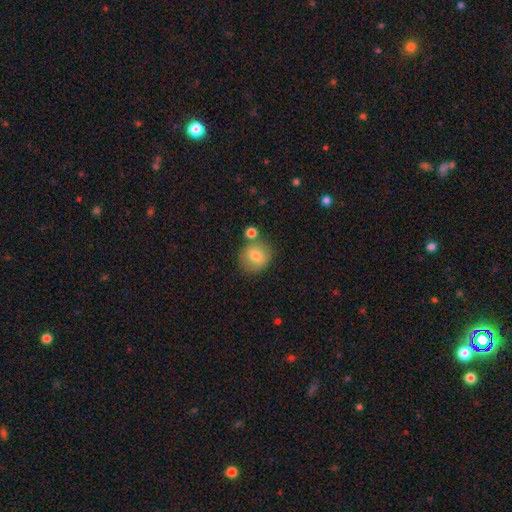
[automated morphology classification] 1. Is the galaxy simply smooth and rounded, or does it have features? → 79% smooth, 12% featured or disk, 9% star or artifact.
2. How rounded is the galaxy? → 82% round, 17% in between, 1% cigar-shaped.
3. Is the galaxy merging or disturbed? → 70% none, 14% merger, 12% minor disturbance, 4% major disturbance.